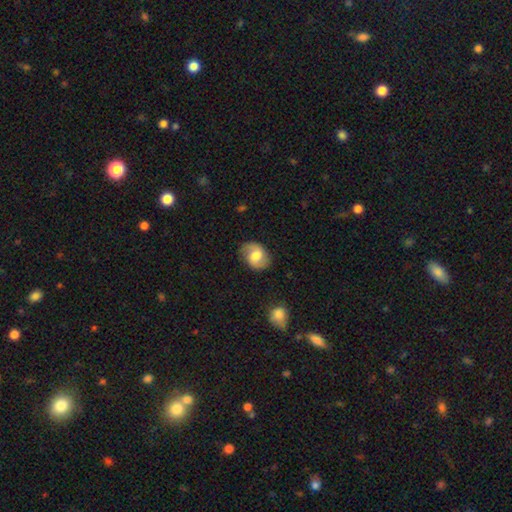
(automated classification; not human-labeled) Smooth or featured: featured or disk — 56% (smooth — 37%)
Edge-on disk: no — 97% (yes — 3%)
Bar: weak — 47% (no — 41%)
Spiral arms: yes — 88% (no — 12%)
Bulge size: moderate — 65% (small — 16%)
Merging: none — 79% (minor disturbance — 15%)